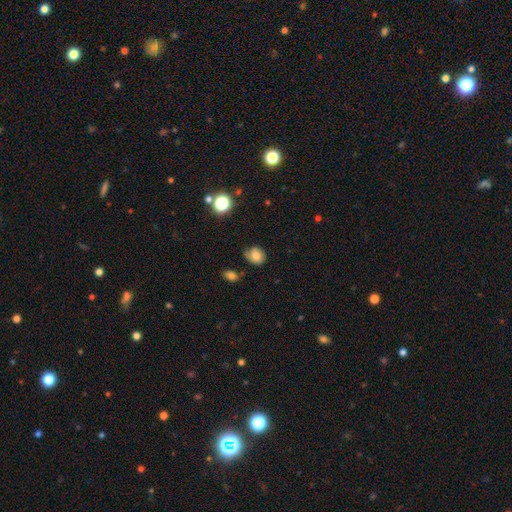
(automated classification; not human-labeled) Q: Smooth or featured?
A: smooth (66%); runner-up: featured or disk (22%)
Q: How rounded?
A: round (59%); runner-up: in between (40%)
Q: Merging?
A: none (57%); runner-up: minor disturbance (29%)